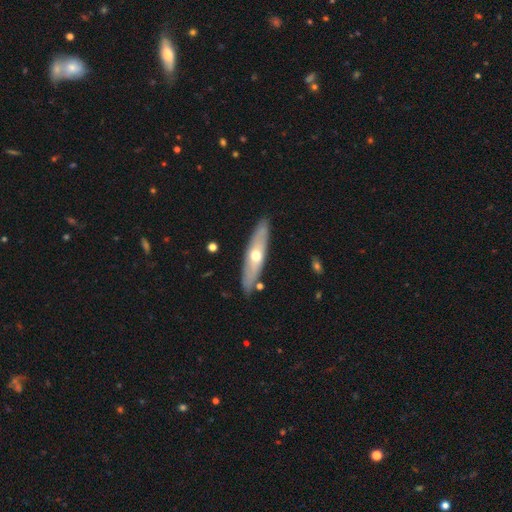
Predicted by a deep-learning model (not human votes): Smooth or featured? featured or disk (52%)
Edge-on disk? yes (65%)
Merging? none (86%)